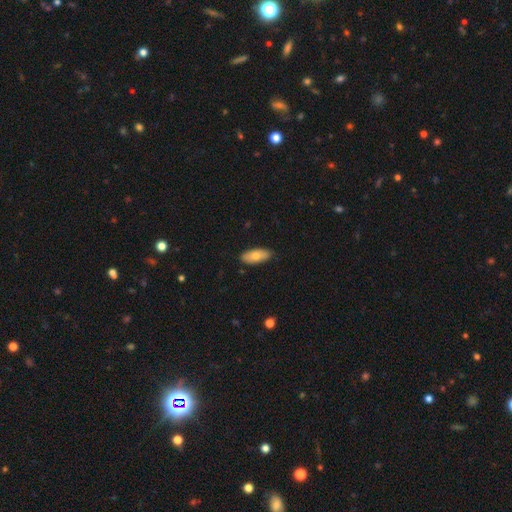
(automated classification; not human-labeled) smooth_or_featured: smooth (p=0.74) [alt: featured or disk p=0.20]
how_rounded: in between (p=0.83) [alt: cigar-shaped p=0.14]
merging: none (p=0.85) [alt: minor disturbance p=0.12]